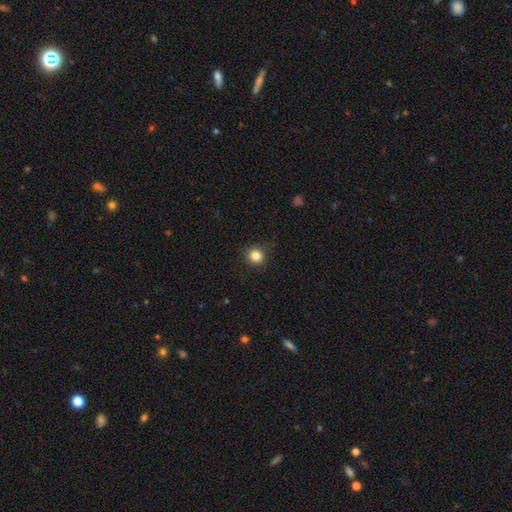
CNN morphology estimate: smooth-or-featured: smooth: 84% | star or artifact: 11% | featured or disk: 4%
  how-rounded: round: 91% | in between: 8% | cigar-shaped: 1%
  merging: none: 88% | minor disturbance: 8% | major disturbance: 2% | merger: 1%